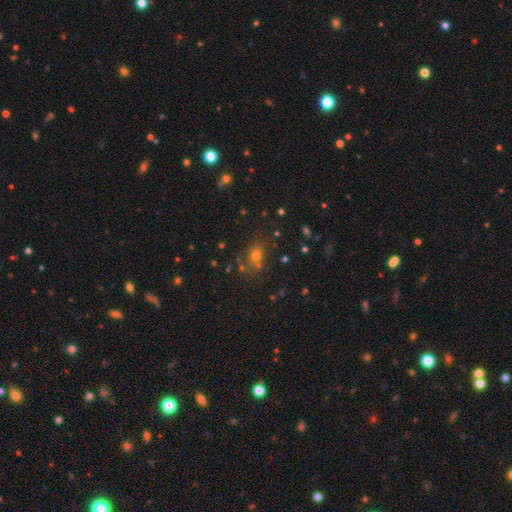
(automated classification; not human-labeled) Overall: smooth (66%). How rounded: round (60%; in between 39%). Merging: none (70%).